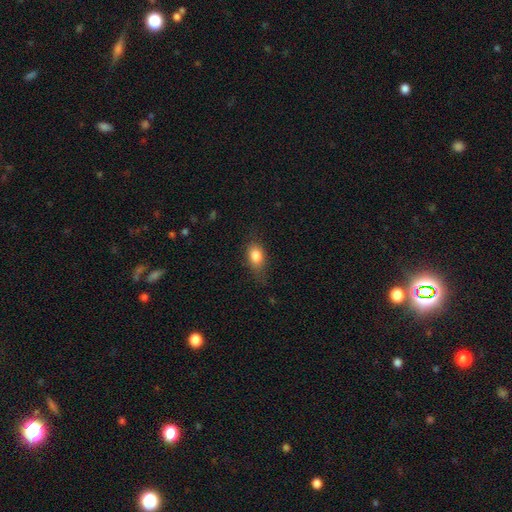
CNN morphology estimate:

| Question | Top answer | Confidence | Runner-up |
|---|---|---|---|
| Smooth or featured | smooth | 82% | featured or disk (9%) |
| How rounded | in between | 77% | round (19%) |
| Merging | none | 66% | minor disturbance (25%) |